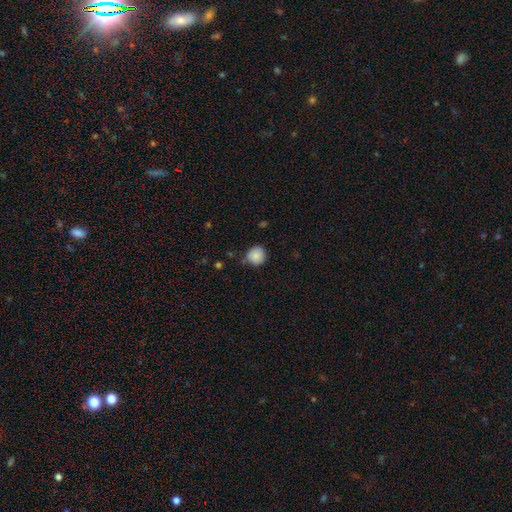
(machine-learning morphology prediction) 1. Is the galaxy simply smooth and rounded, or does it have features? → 86% smooth, 9% star or artifact, 5% featured or disk.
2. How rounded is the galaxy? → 89% round, 10% in between, 1% cigar-shaped.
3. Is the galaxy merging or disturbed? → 77% none, 17% minor disturbance, 3% merger, 3% major disturbance.